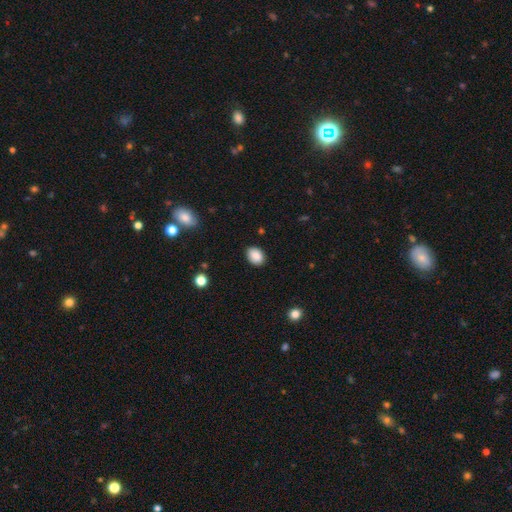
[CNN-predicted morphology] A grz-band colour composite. It shows a smooth galaxy with no disk features (88%) that is in between round and cigar-shaped (66%). Merging: none (87%).